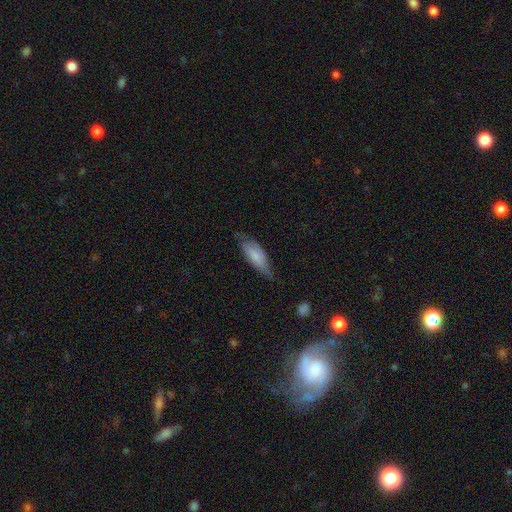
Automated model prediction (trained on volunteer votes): Smooth or featured?
  - smooth: 65% *
  - featured or disk: 29%
  - star or artifact: 6%
How rounded?
  - in between: 60% *
  - cigar-shaped: 38%
  - round: 2%
Merging?
  - none: 61% *
  - minor disturbance: 30%
  - major disturbance: 8%
  - merger: 2%